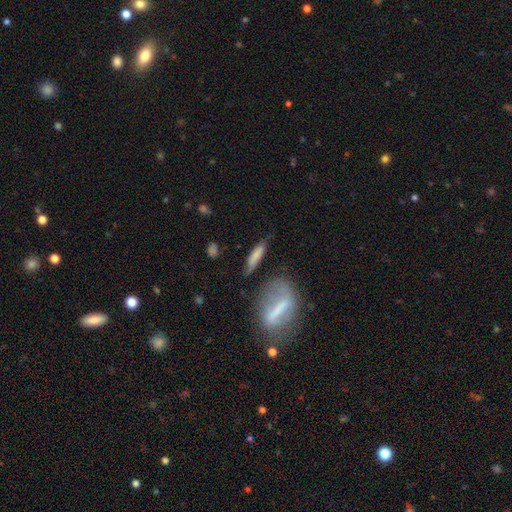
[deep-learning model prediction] Q: Smooth or featured?
A: smooth (71%); runner-up: featured or disk (21%)
Q: How rounded?
A: cigar-shaped (77%); runner-up: in between (20%)
Q: Merging?
A: none (69%); runner-up: minor disturbance (19%)